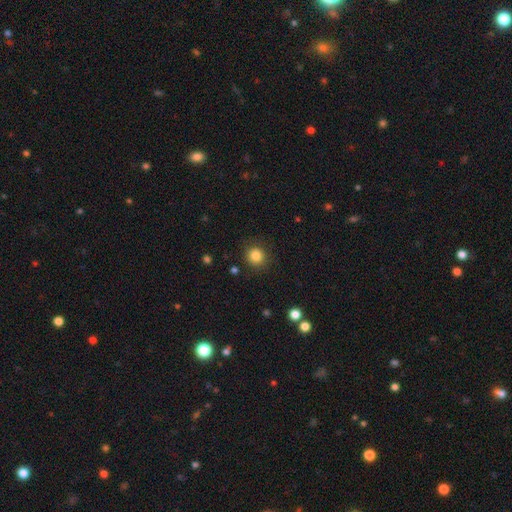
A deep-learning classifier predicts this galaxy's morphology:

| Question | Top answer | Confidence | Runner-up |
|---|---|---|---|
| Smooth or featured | smooth | 85% | star or artifact (11%) |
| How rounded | round | 90% | in between (9%) |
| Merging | none | 88% | minor disturbance (8%) |